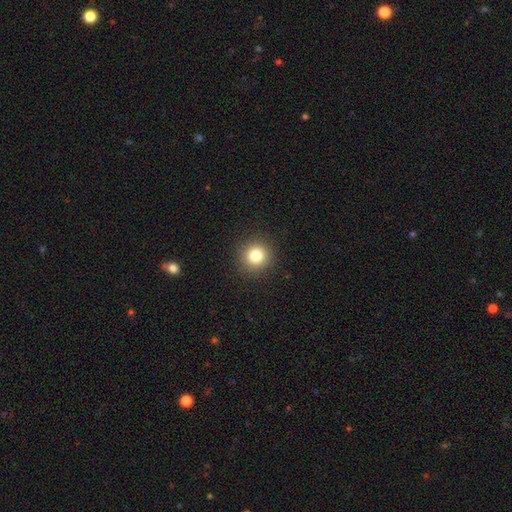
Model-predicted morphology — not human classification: A smooth galaxy with no disk features (80%) that is round (94%).

Vote fractions:
- Smooth or featured? smooth: 80% / star or artifact: 13% / featured or disk: 7%
- How rounded? round: 94% / in between: 5% / cigar-shaped: 1%
- Merging? none: 92% / minor disturbance: 5% / major disturbance: 2% / merger: 1%